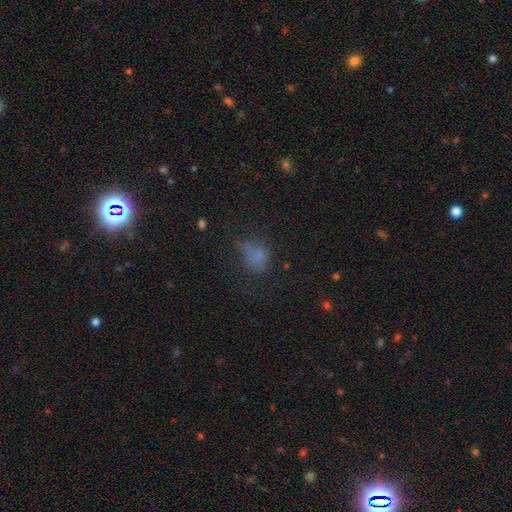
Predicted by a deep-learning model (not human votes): smooth-or-featured: smooth: 62% | star or artifact: 22% | featured or disk: 16%
  how-rounded: in between: 68% | round: 30% | cigar-shaped: 2%
  merging: none: 43% | major disturbance: 27% | minor disturbance: 25% | merger: 5%